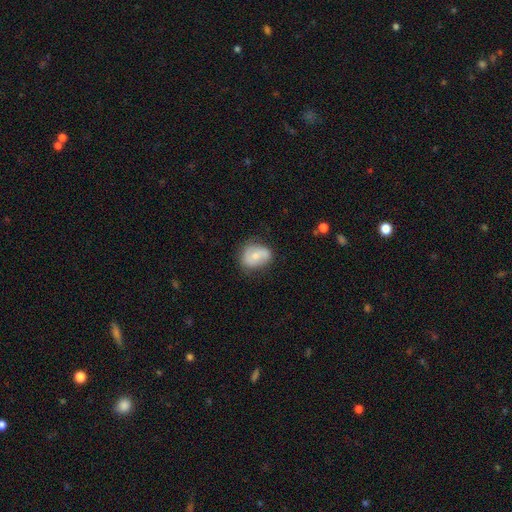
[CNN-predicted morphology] smooth_or_featured: smooth (p=0.57) [alt: featured or disk p=0.35]
how_rounded: in between (p=0.55) [alt: round p=0.44]
merging: none (p=0.59) [alt: minor disturbance p=0.29]